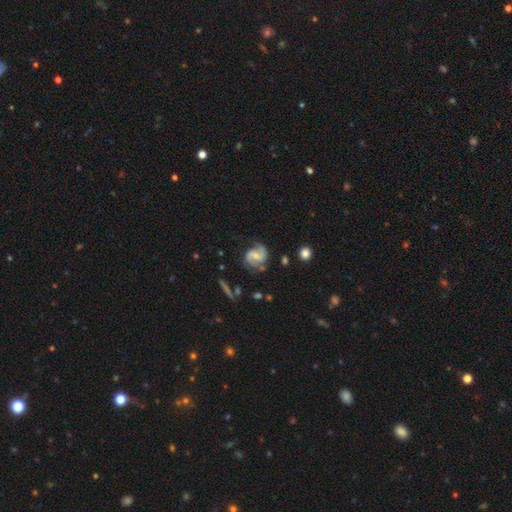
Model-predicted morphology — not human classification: Smooth or featured? Predicted: featured or disk (p=0.84). Edge-on disk? Predicted: no (p=0.98). Bar? Predicted: weak (p=0.45). Spiral arms? Predicted: yes (p=0.96). Spiral winding? Predicted: medium (p=0.50). Spiral arm count? Predicted: 2 (p=0.91). Bulge size? Predicted: small (p=0.44). Merging? Predicted: none (p=0.74).